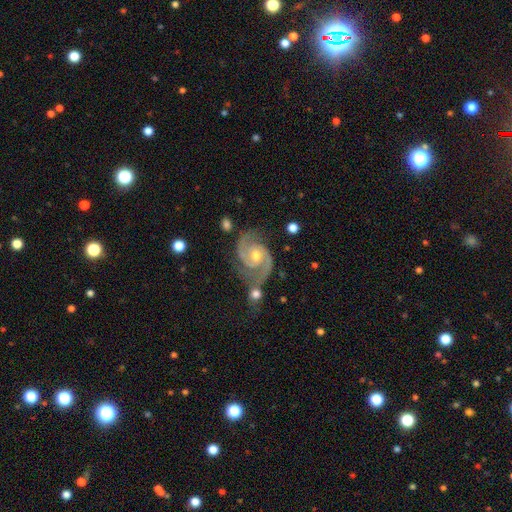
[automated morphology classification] Smooth or featured: featured or disk — 92% (star or artifact — 5%)
Edge-on disk: no — 98% (yes — 2%)
Bar: no — 62% (weak — 30%)
Spiral arms: yes — 98% (no — 2%)
Spiral winding: medium — 54% (tight — 37%)
Spiral arm count: 2 — 92% (3 — 3%)
Bulge size: moderate — 65% (small — 30%)
Merging: none — 63% (minor disturbance — 18%)